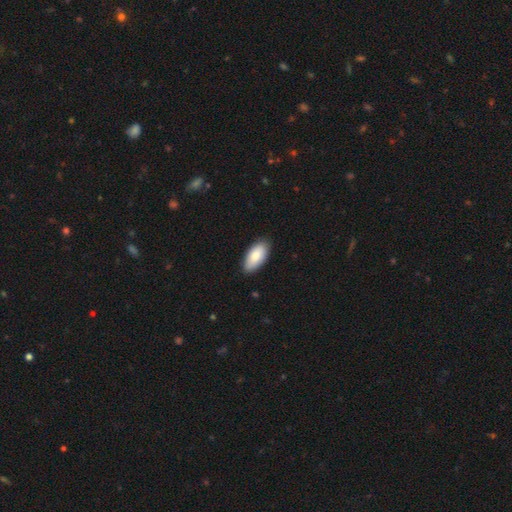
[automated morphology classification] Overall: smooth (84%). How rounded: in between (93%). Merging: none (86%).